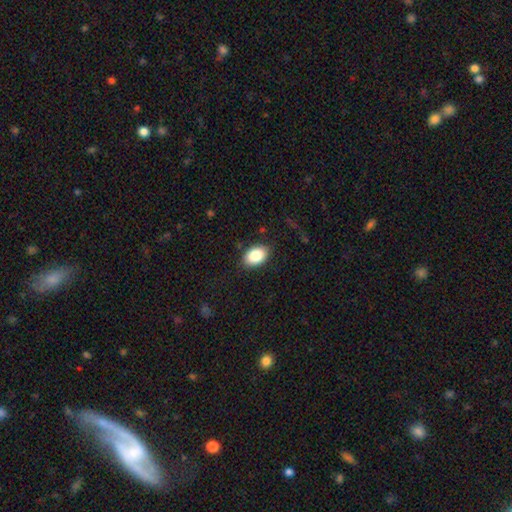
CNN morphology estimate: Smooth or featured?
  - smooth: 87% *
  - star or artifact: 7%
  - featured or disk: 6%
How rounded?
  - in between: 89% *
  - round: 10%
  - cigar-shaped: 1%
Merging?
  - none: 85% *
  - minor disturbance: 10%
  - major disturbance: 3%
  - merger: 1%